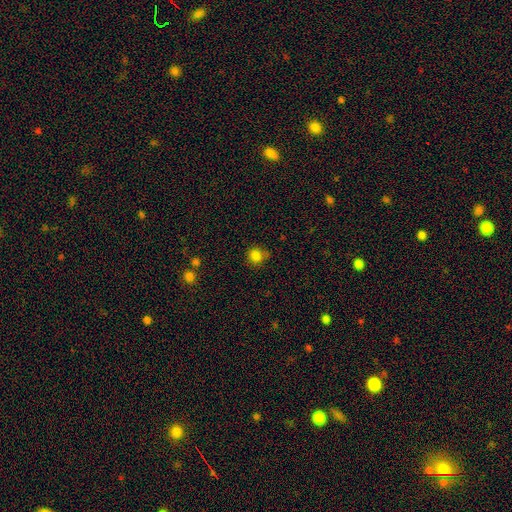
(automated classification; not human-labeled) Morphology: type=smooth (82%); roundness=round (80%); merging=none (68%).